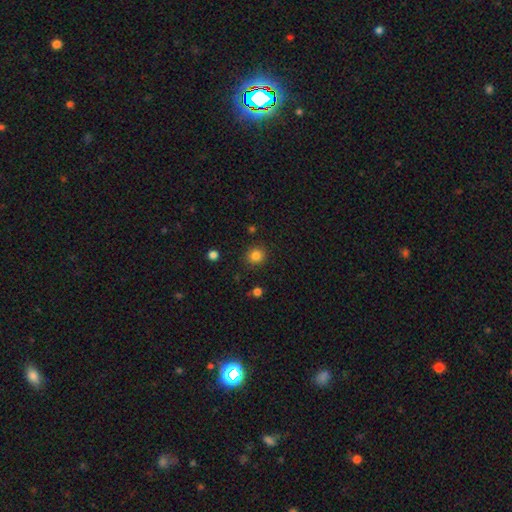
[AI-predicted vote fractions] Smooth or featured? Predicted: smooth (p=0.84). How rounded? Predicted: round (p=0.90). Merging? Predicted: none (p=0.89).